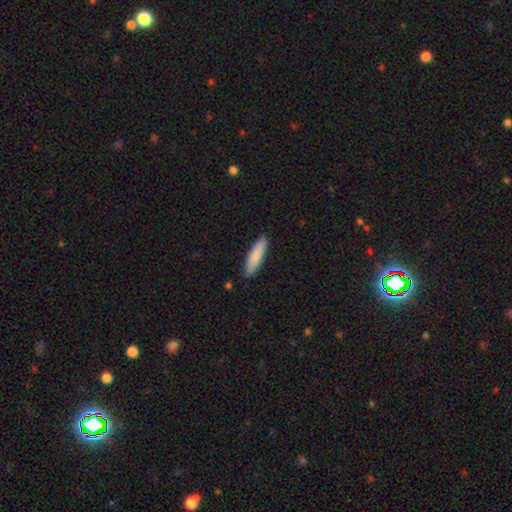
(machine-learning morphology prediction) Q: Smooth or featured?
A: smooth (83%); runner-up: featured or disk (11%)
Q: How rounded?
A: cigar-shaped (73%); runner-up: in between (25%)
Q: Merging?
A: none (88%); runner-up: minor disturbance (9%)